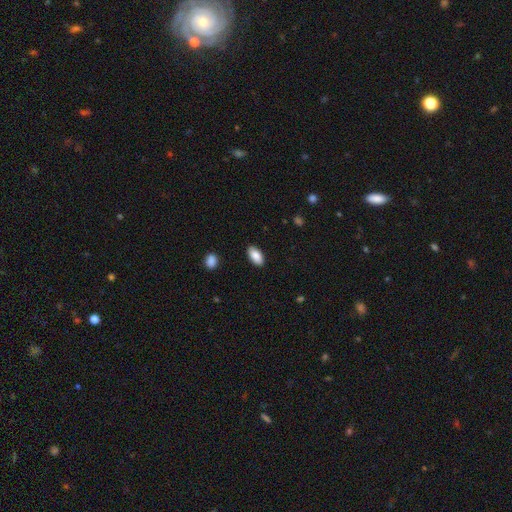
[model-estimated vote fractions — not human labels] Smooth or featured: smooth — 88% (star or artifact — 6%)
How rounded: in between — 92% (cigar-shaped — 5%)
Merging: none — 89% (minor disturbance — 8%)